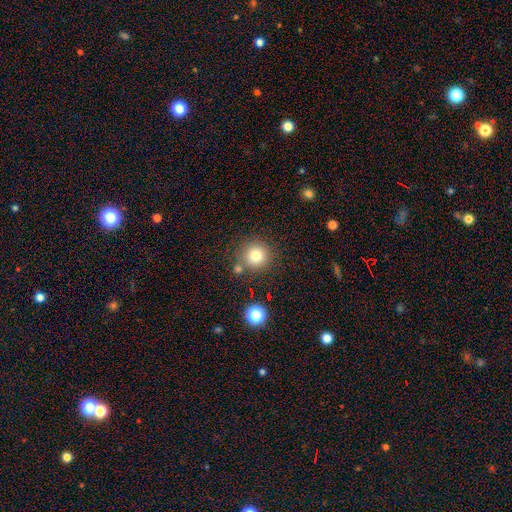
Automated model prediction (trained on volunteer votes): A smooth galaxy with no disk features (79%) that is round (94%). Merging: none (79%).